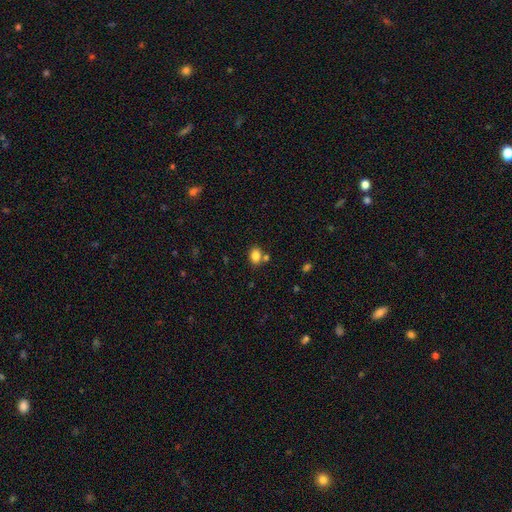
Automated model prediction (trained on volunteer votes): This is clearly a smooth galaxy (83%). How rounded: likely in between (70%). Merging: likely none (67%).